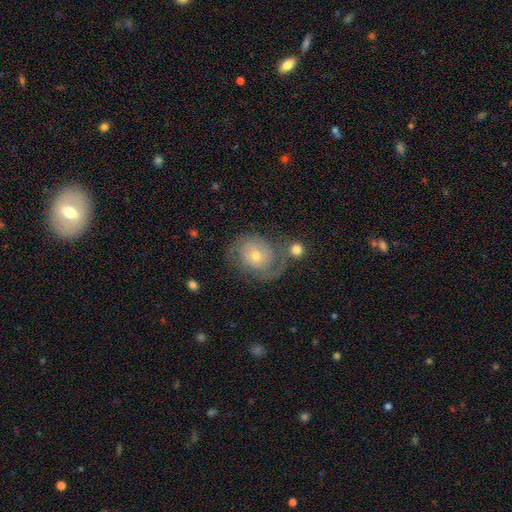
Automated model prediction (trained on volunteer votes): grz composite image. It shows a featured or disk galaxy (69%) with no bar (78%), 2 (54%) tight (57%) spiral arms (84%) and a moderate central bulge (51%). Merging: none (55%).